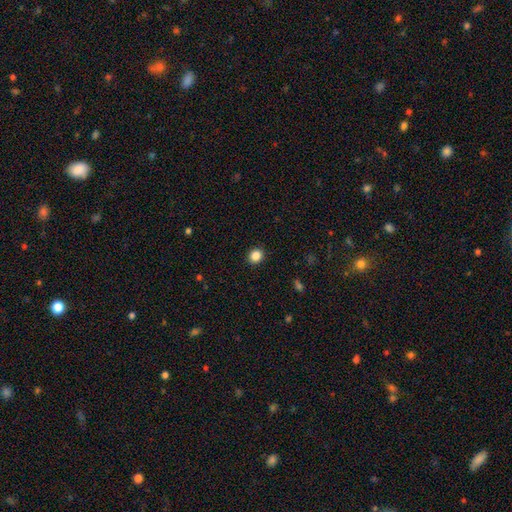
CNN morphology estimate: Smooth or featured: smooth — 86% (star or artifact — 11%)
How rounded: round — 81% (in between — 18%)
Merging: none — 92% (minor disturbance — 5%)